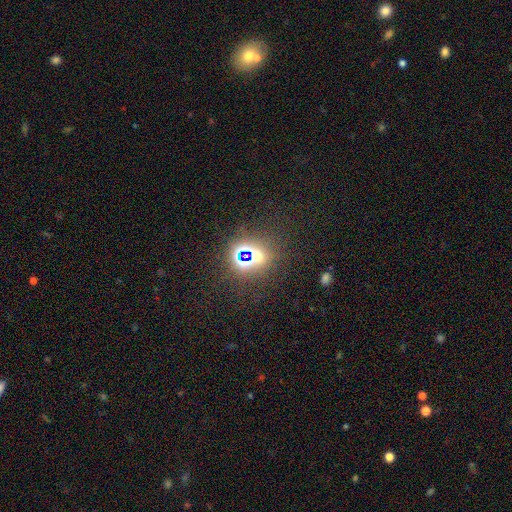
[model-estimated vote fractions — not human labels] Smooth or featured? star or artifact (59%)